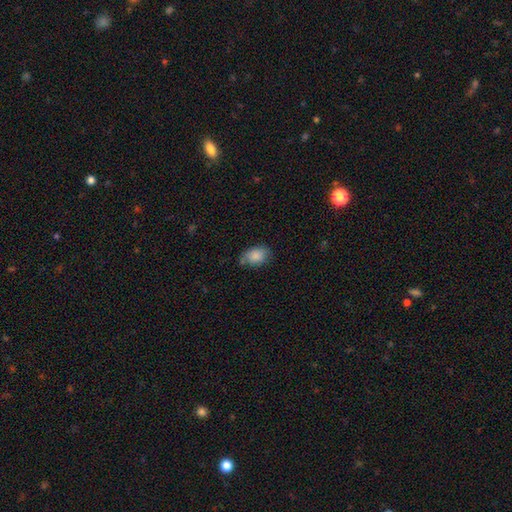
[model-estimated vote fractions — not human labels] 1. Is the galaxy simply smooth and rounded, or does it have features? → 83% smooth, 9% featured or disk, 8% star or artifact.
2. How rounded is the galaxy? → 81% in between, 17% round, 1% cigar-shaped.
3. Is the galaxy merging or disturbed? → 62% none, 28% minor disturbance, 6% major disturbance, 3% merger.